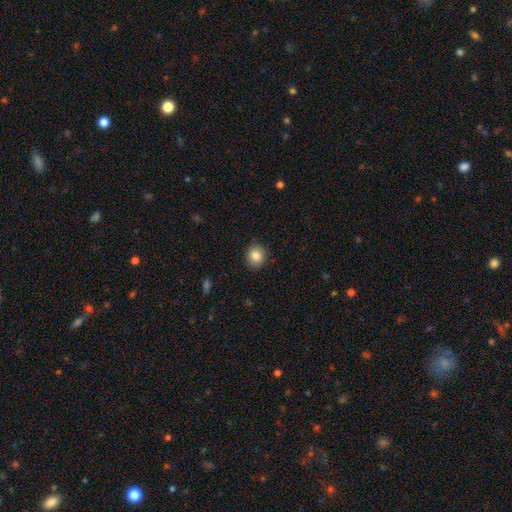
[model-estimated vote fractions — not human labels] Smooth or featured?
  - smooth: 84% *
  - star or artifact: 9%
  - featured or disk: 7%
How rounded?
  - round: 83% *
  - in between: 16%
  - cigar-shaped: 1%
Merging?
  - none: 89% *
  - minor disturbance: 8%
  - major disturbance: 2%
  - merger: 1%